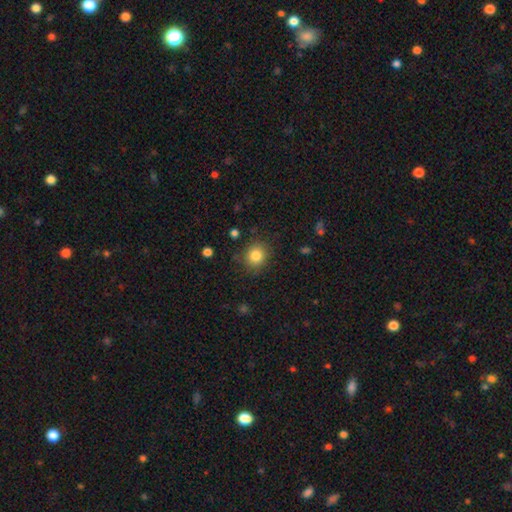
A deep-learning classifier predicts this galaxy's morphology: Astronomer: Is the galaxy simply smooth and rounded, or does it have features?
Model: smooth — 83%.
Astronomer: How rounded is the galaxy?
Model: round — 82%.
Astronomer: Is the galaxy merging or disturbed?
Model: none — 84%.